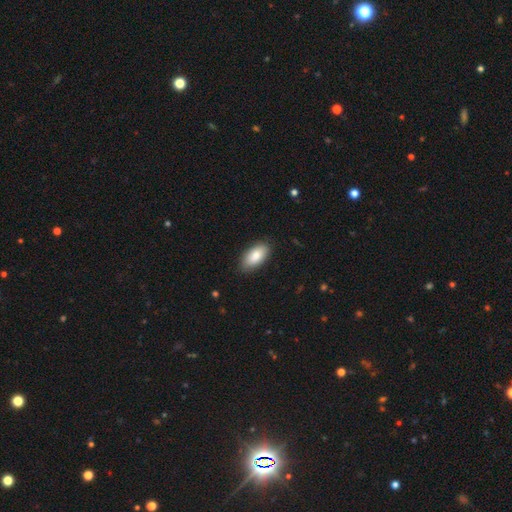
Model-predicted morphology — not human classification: type=smooth (83%); roundness=in between (92%); merging=none (87%).